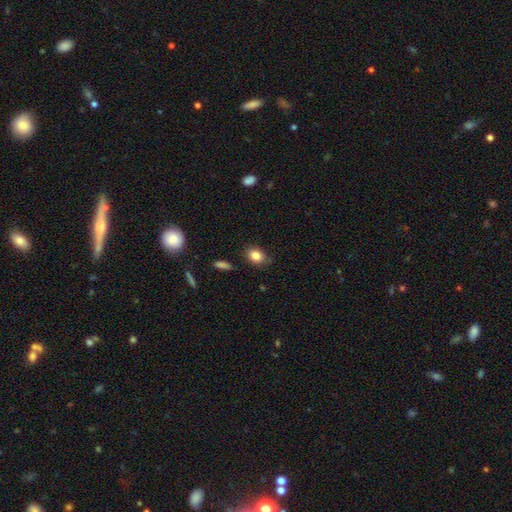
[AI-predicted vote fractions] smooth 83%, star or artifact 10%, featured or disk 7%. Down the decision tree: how rounded — in between (59%); merging — none (83%).